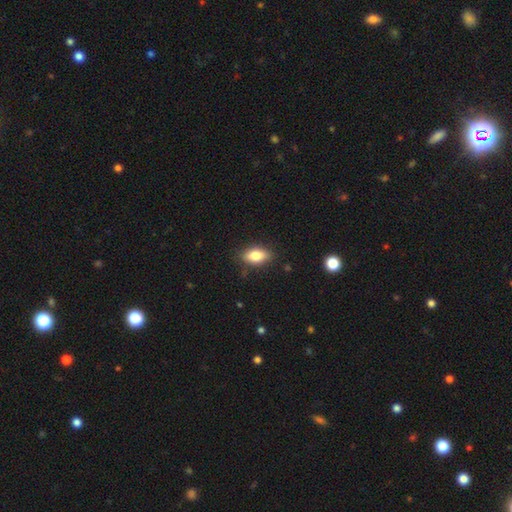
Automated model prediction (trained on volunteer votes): This is likely a smooth galaxy (78%). How rounded: clearly in between (86%). Merging: clearly none (84%).